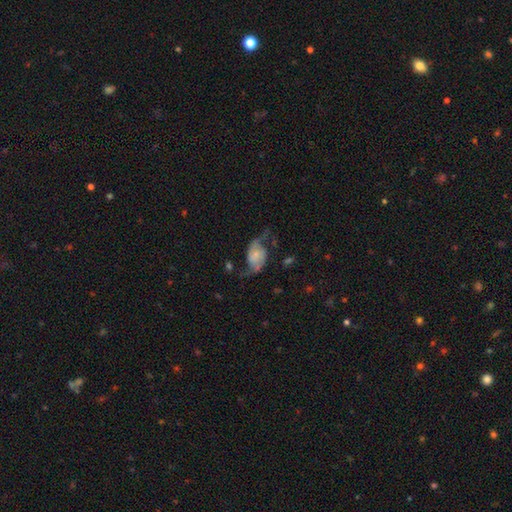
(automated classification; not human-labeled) Smooth or featured? Predicted: featured or disk (p=0.78). Edge-on disk? Predicted: no (p=0.97). Bar? Predicted: no (p=0.67). Spiral arms? Predicted: yes (p=0.94). Spiral winding? Predicted: loose (p=0.67). Spiral arm count? Predicted: 2 (p=0.92). Bulge size? Predicted: small (p=0.52). Merging? Predicted: none (p=0.57).